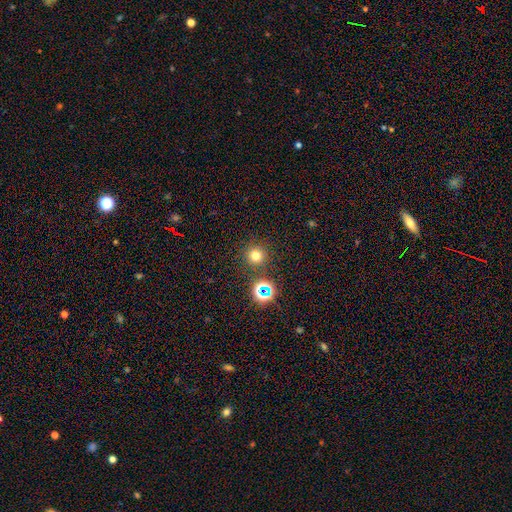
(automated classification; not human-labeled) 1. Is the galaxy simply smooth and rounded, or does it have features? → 71% smooth, 22% star or artifact, 7% featured or disk.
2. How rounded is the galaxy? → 95% round, 4% in between, 1% cigar-shaped.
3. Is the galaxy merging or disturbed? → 86% none, 6% minor disturbance, 4% merger, 3% major disturbance.